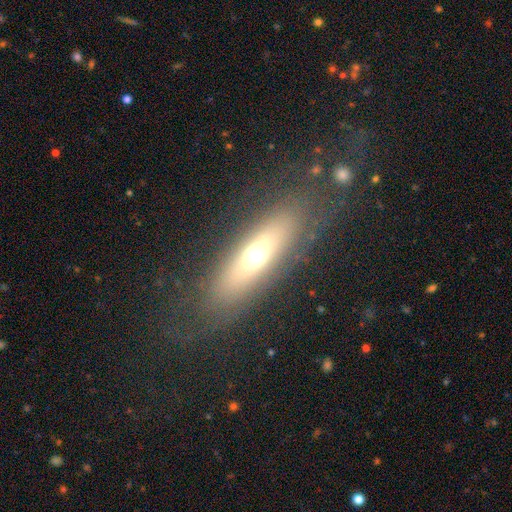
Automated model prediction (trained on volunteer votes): Smooth or featured? smooth (53%)
How rounded? in between (53%)
Merging? none (78%)